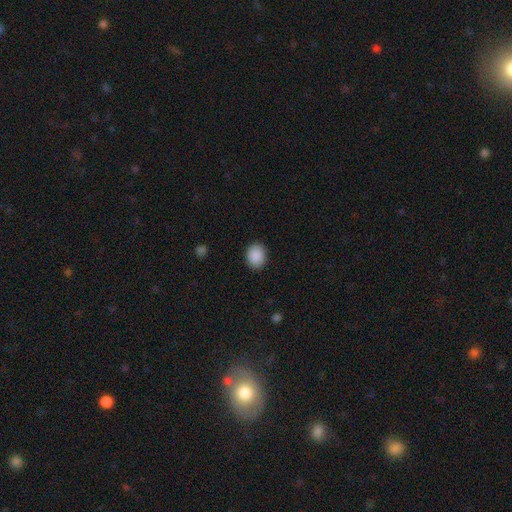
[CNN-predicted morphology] A smooth galaxy with no disk features (90%) that is round (55%). Merging: none (89%).